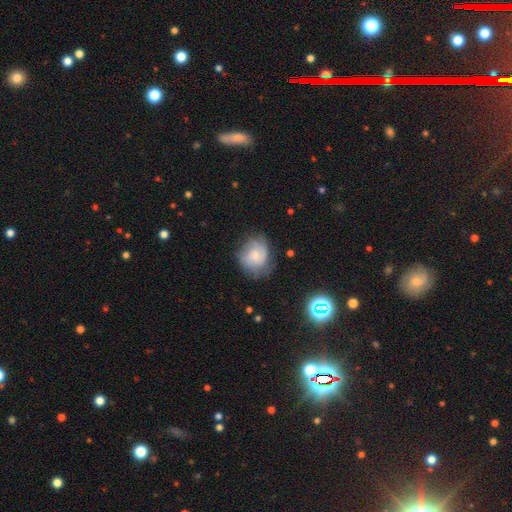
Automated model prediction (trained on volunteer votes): Smooth or featured: featured or disk — 51% (smooth — 41%)
Edge-on disk: no — 97% (yes — 3%)
Merging: none — 62% (minor disturbance — 26%)